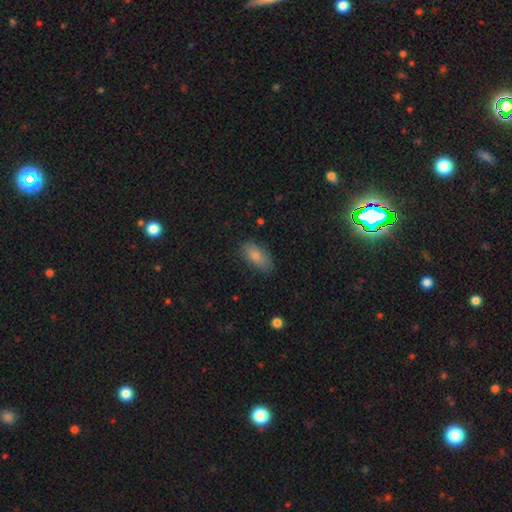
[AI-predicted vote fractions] Overall: smooth (83%). How rounded: in between (87%). Merging: none (75%).